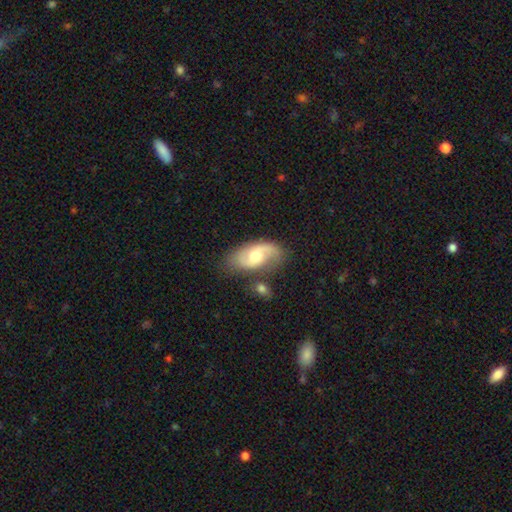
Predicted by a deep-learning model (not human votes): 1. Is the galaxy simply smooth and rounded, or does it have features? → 67% featured or disk, 27% smooth, 6% star or artifact.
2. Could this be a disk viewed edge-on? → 94% no, 6% yes.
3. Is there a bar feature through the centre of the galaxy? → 57% no, 36% weak, 7% strong.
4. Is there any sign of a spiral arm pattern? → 88% yes, 12% no.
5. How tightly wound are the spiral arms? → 42% medium, 40% loose, 18% tight.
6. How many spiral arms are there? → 81% 2, 9% can't tell, 8% 1, 1% 3, 1% 4, 1% more than 4.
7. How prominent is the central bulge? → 67% moderate, 24% small, 6% large, 1% none, 1% dominant.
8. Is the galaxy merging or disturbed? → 65% none, 19% minor disturbance, 9% merger, 6% major disturbance.